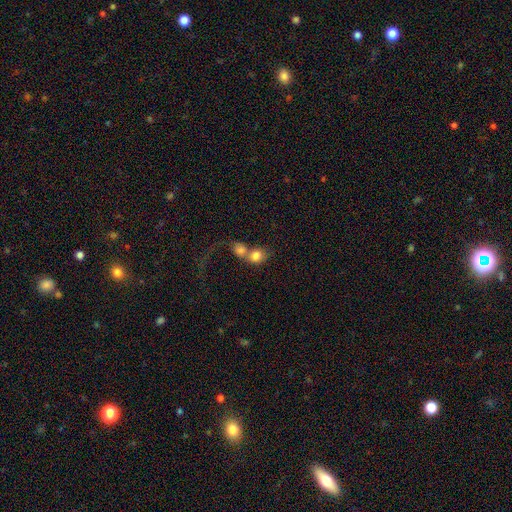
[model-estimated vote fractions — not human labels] smooth-or-featured: smooth: 74% | featured or disk: 17% | star or artifact: 10%
  how-rounded: round: 66% | in between: 32% | cigar-shaped: 2%
  merging: merger: 73% | none: 15% | major disturbance: 7% | minor disturbance: 5%